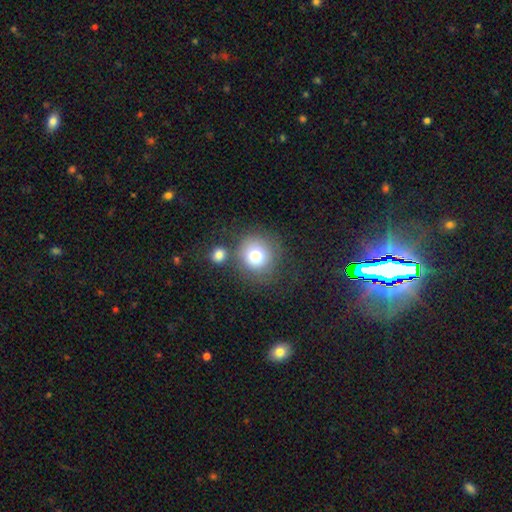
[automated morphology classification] smooth-or-featured: smooth: 75% | featured or disk: 14% | star or artifact: 11%
  how-rounded: round: 91% | in between: 8% | cigar-shaped: 1%
  merging: none: 64% | merger: 17% | minor disturbance: 12% | major disturbance: 7%